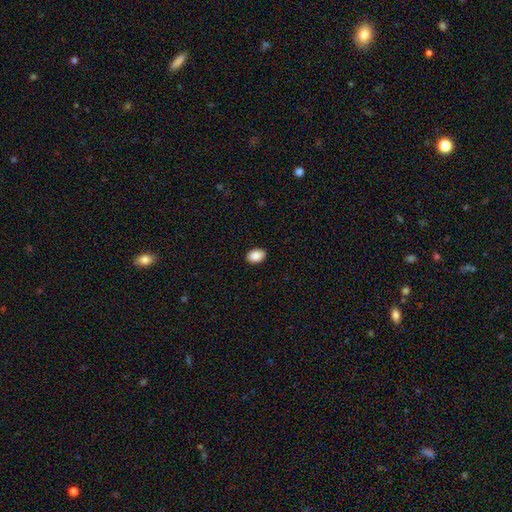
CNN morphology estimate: Overall: smooth (90%). How rounded: in between (81%). Merging: none (89%).